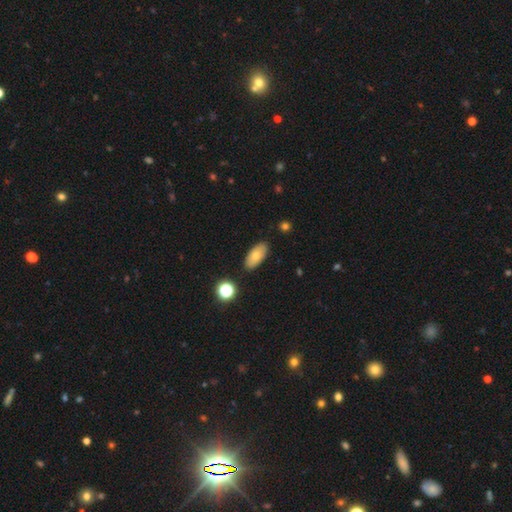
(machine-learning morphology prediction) Smooth or featured?
  - smooth: 74% *
  - featured or disk: 18%
  - star or artifact: 8%
How rounded?
  - in between: 90% *
  - cigar-shaped: 6%
  - round: 3%
Merging?
  - none: 85% *
  - minor disturbance: 10%
  - merger: 2%
  - major disturbance: 2%